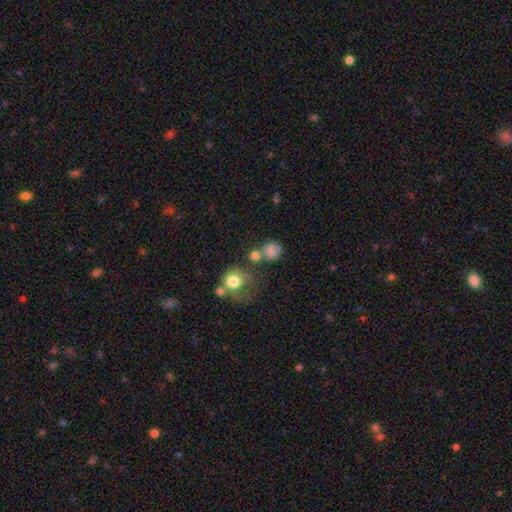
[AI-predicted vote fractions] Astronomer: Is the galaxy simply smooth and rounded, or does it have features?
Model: smooth — 77%.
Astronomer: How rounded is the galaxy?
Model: round — 77%.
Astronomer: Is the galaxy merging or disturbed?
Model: none — 47% (runner-up: merger, 28%).